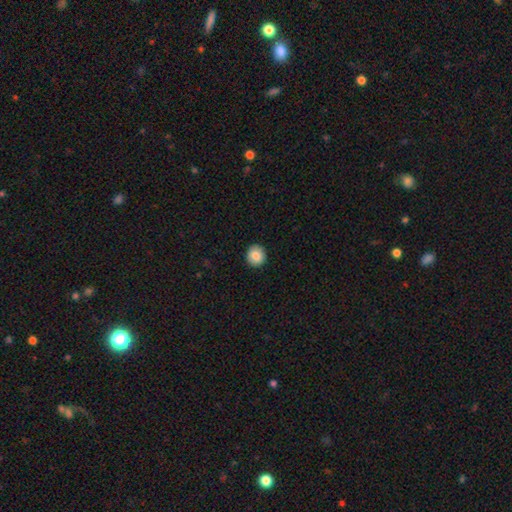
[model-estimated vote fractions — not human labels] smooth-or-featured: smooth: 83% | featured or disk: 9% | star or artifact: 8%
  how-rounded: round: 87% | in between: 12% | cigar-shaped: 1%
  merging: none: 91% | minor disturbance: 6% | major disturbance: 2% | merger: 1%